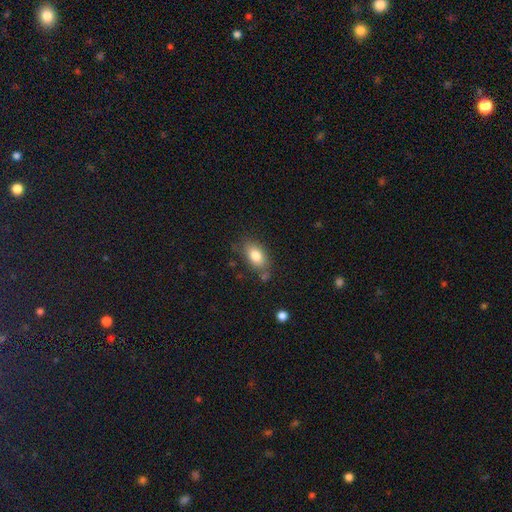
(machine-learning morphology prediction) The model was most divided on "merging": none: 71%, minor disturbance: 18%, merger: 6%, major disturbance: 5%. More confident: how rounded — in between (89%); smooth or featured — smooth (81%).